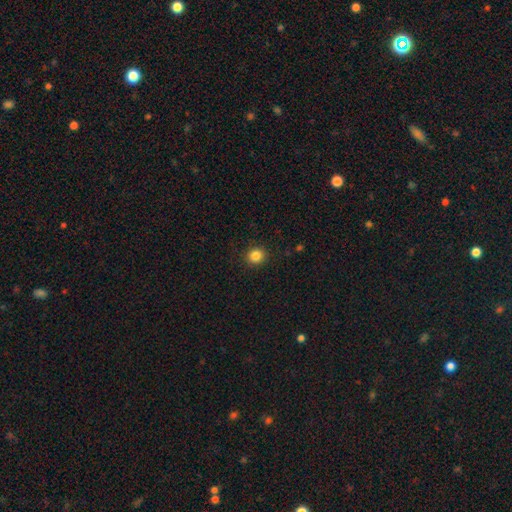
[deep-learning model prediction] Smooth or featured?
  - smooth: 84% *
  - star or artifact: 11%
  - featured or disk: 4%
How rounded?
  - round: 87% *
  - in between: 12%
  - cigar-shaped: 1%
Merging?
  - none: 91% *
  - minor disturbance: 6%
  - major disturbance: 2%
  - merger: 1%